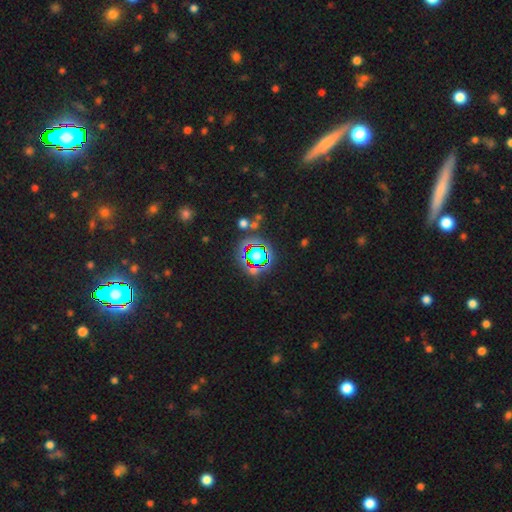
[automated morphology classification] Smooth or featured: star or artifact — 59% (smooth — 28%)